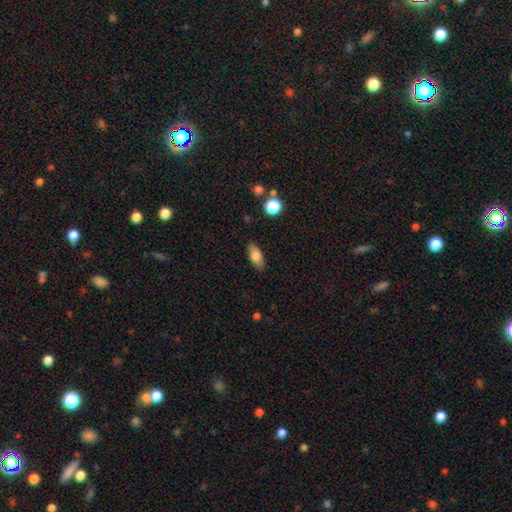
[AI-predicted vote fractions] Smooth or featured?
  - smooth: 76% *
  - featured or disk: 16%
  - star or artifact: 8%
How rounded?
  - in between: 83% *
  - cigar-shaped: 12%
  - round: 4%
Merging?
  - none: 84% *
  - minor disturbance: 12%
  - major disturbance: 3%
  - merger: 1%